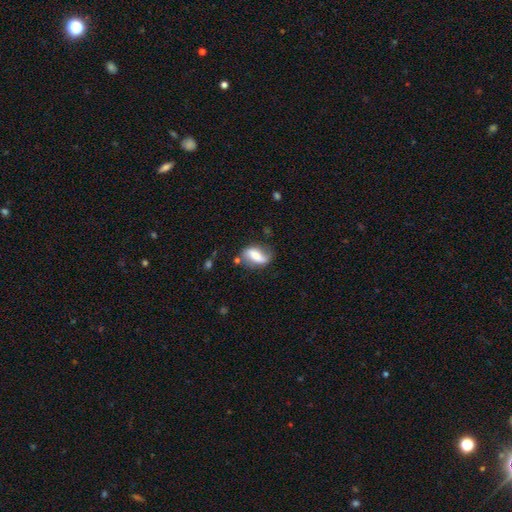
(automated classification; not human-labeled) A featured or disk galaxy (48%). Merging: none (61%).